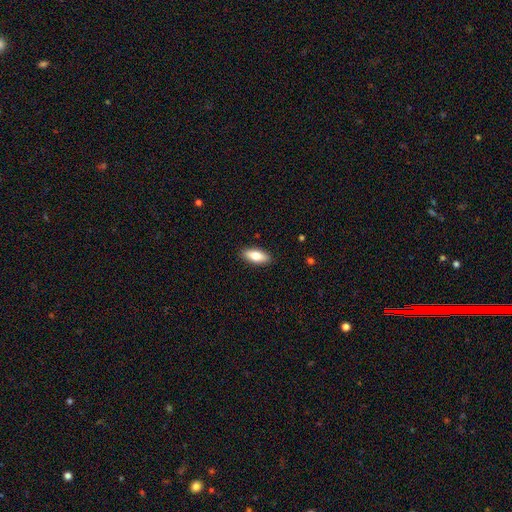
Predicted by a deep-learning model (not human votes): smooth-or-featured: smooth: 78% | featured or disk: 16% | star or artifact: 6%
  how-rounded: in between: 78% | cigar-shaped: 19% | round: 2%
  merging: none: 90% | minor disturbance: 8% | major disturbance: 2% | merger: 1%